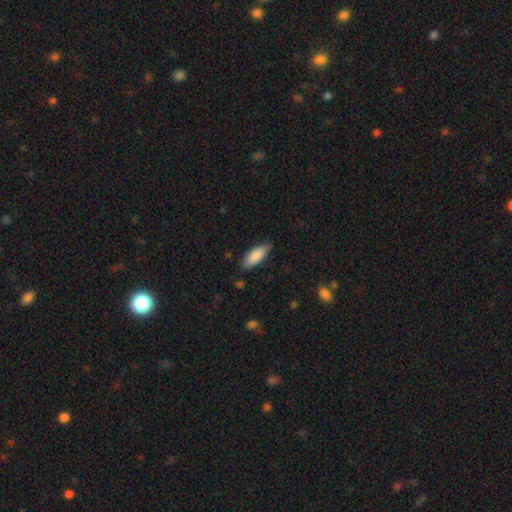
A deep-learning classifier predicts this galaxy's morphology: Overall: smooth (87%). How rounded: in between (75%). Merging: none (82%).